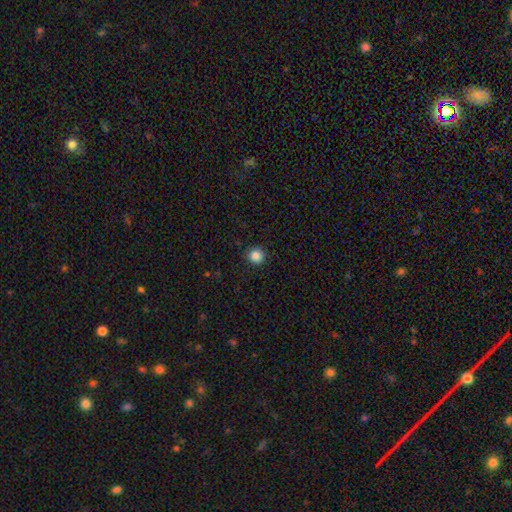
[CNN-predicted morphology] Smooth or featured? smooth (85%)
How rounded? round (92%)
Merging? none (92%)